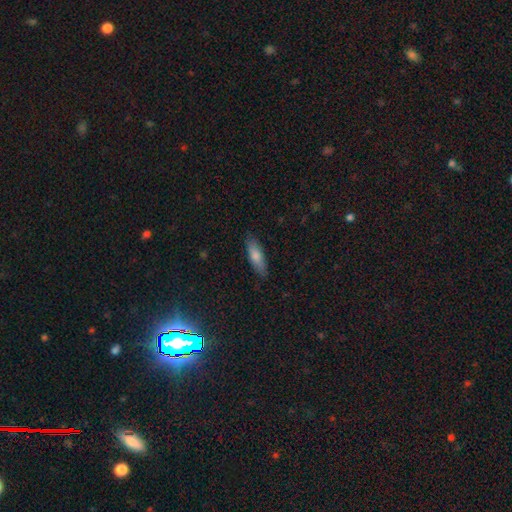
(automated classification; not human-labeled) smooth 77%, featured or disk 17%, star or artifact 6%. Down the decision tree: how rounded — in between (52%); merging — none (83%).